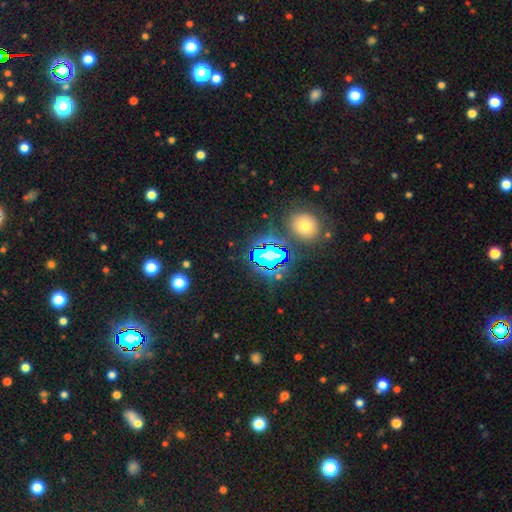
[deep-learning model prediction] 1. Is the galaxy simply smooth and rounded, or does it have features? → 72% star or artifact, 18% smooth, 11% featured or disk.